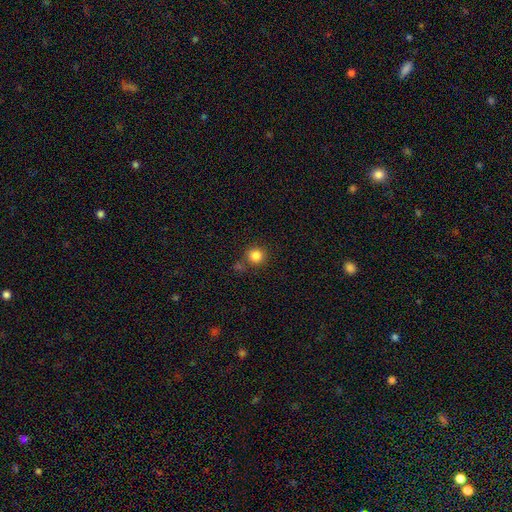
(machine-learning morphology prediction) Smooth or featured: smooth — 84% (star or artifact — 11%)
How rounded: round — 92% (in between — 7%)
Merging: none — 75% (merger — 12%)